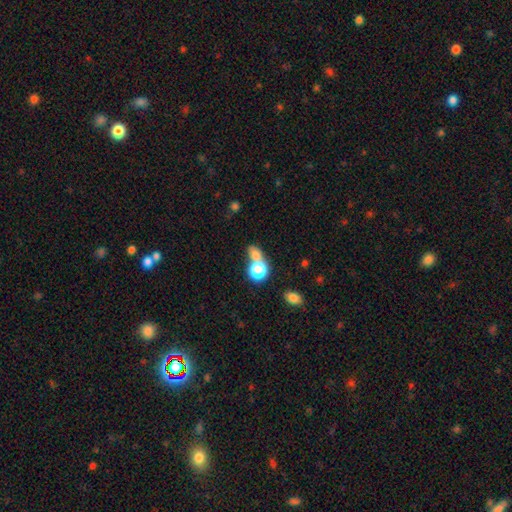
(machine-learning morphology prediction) Smooth or featured: smooth — 71% (star or artifact — 18%)
How rounded: round — 56% (in between — 42%)
Merging: merger — 49% (none — 37%)